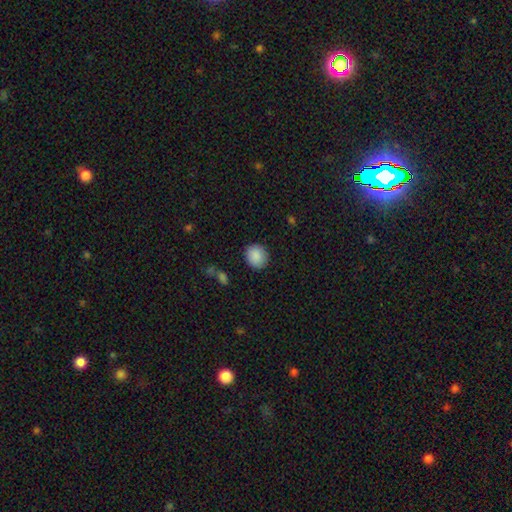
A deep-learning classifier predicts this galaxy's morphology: This is clearly a smooth galaxy (89%). How rounded: clearly round (82%). Merging: clearly none (89%).